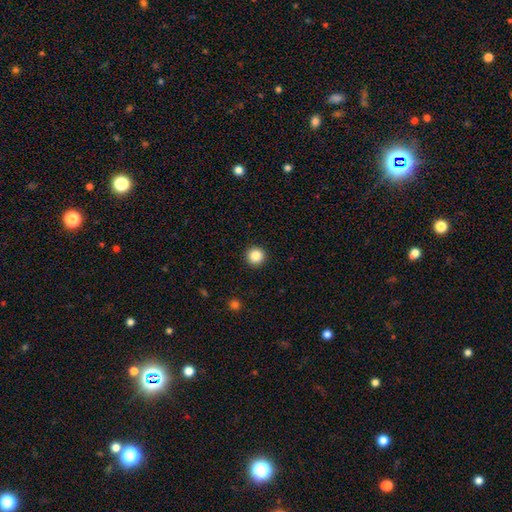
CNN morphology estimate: Smooth or featured? smooth (85%)
How rounded? round (96%)
Merging? none (93%)